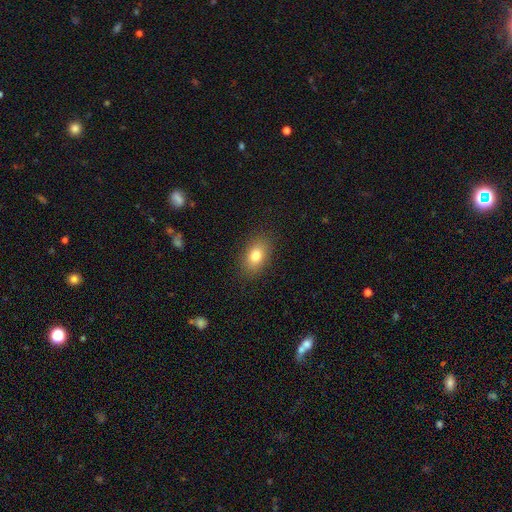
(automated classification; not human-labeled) Smooth or featured? Predicted: smooth (p=0.80). How rounded? Predicted: in between (p=0.84). Merging? Predicted: none (p=0.88).